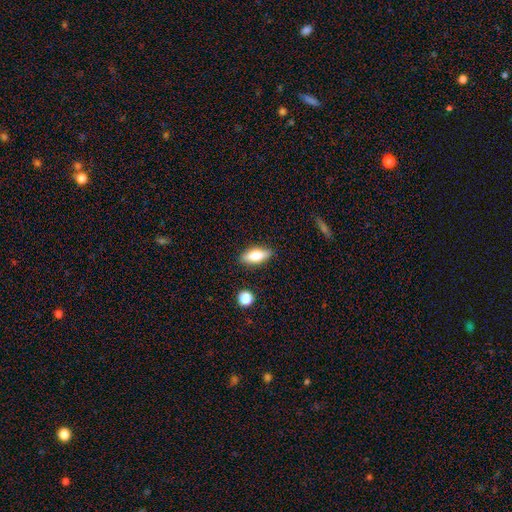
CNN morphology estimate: Smooth or featured: smooth — 72% (featured or disk — 21%)
How rounded: in between — 77% (cigar-shaped — 19%)
Merging: none — 87% (minor disturbance — 9%)